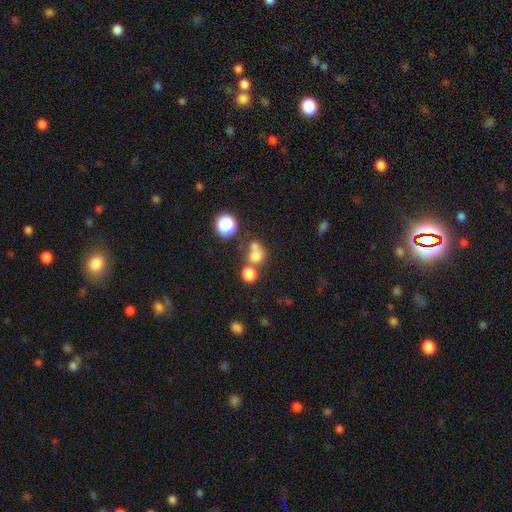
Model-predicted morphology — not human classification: Smooth or featured: smooth — 71% (star or artifact — 18%)
How rounded: round — 78% (in between — 21%)
Merging: none — 44% (merger — 42%)